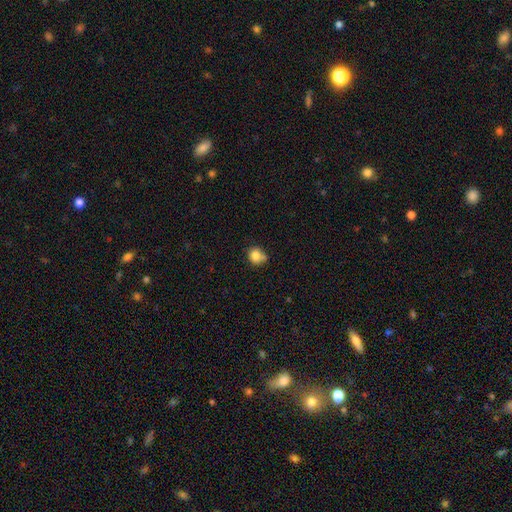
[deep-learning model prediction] Smooth or featured?
  - smooth: 81% *
  - star or artifact: 10%
  - featured or disk: 9%
How rounded?
  - round: 74% *
  - in between: 25%
  - cigar-shaped: 1%
Merging?
  - none: 55% *
  - minor disturbance: 20%
  - merger: 19%
  - major disturbance: 6%